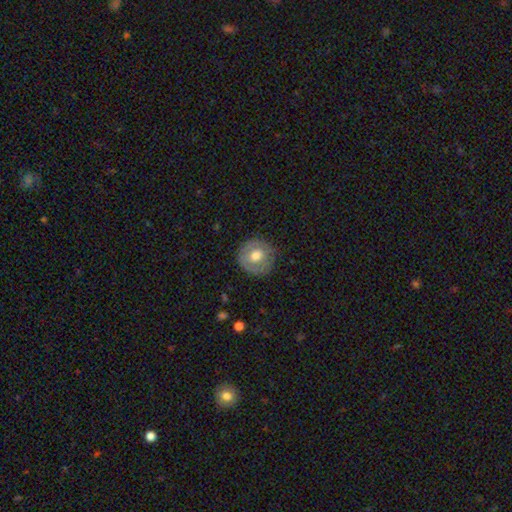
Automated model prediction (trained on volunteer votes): This is possibly a smooth galaxy (57%). How rounded: clearly round (90%). Merging: clearly none (82%).